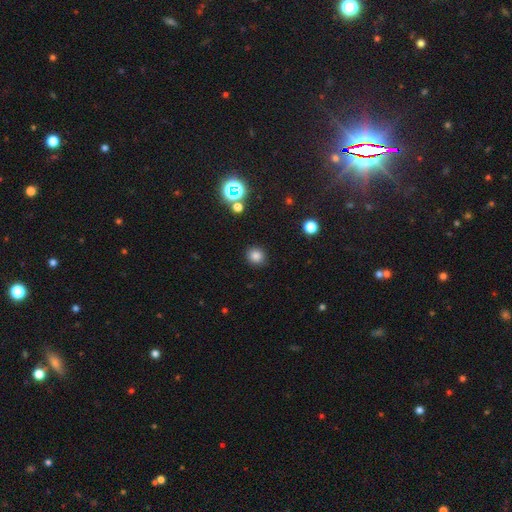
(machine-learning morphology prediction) Q: Smooth or featured?
A: smooth (81%); runner-up: star or artifact (14%)
Q: How rounded?
A: round (87%); runner-up: in between (12%)
Q: Merging?
A: none (90%); runner-up: minor disturbance (6%)